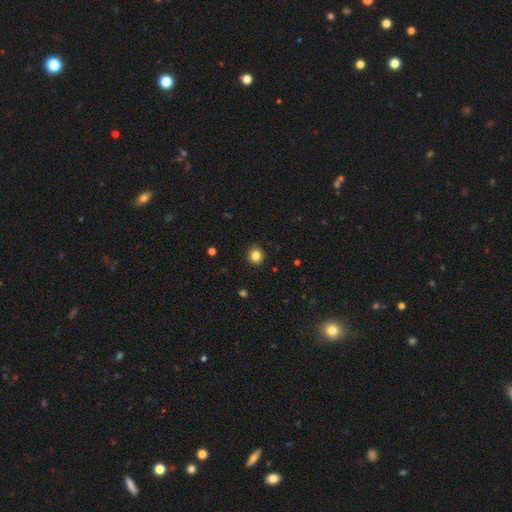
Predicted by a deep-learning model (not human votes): Smooth or featured?
  - smooth: 83% *
  - star or artifact: 11%
  - featured or disk: 5%
How rounded?
  - round: 87% *
  - in between: 12%
  - cigar-shaped: 1%
Merging?
  - none: 92% *
  - minor disturbance: 5%
  - major disturbance: 2%
  - merger: 1%